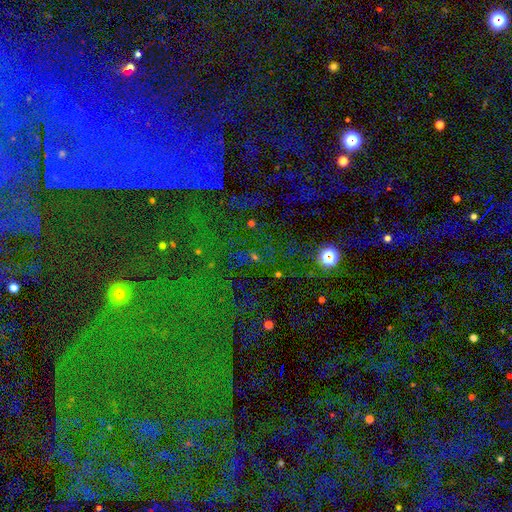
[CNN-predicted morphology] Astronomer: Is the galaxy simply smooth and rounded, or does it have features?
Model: star or artifact — 80%.